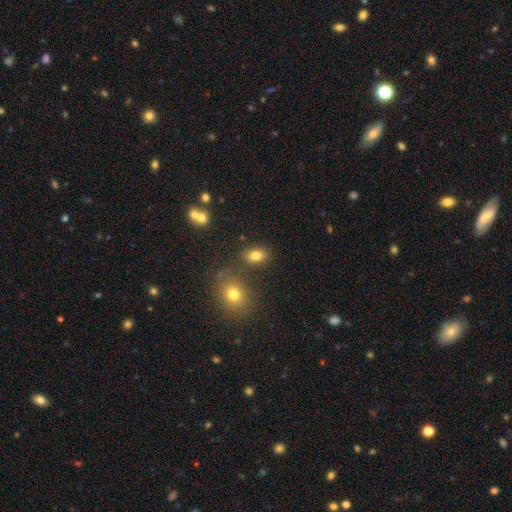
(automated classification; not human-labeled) Smooth or featured? smooth (80%)
How rounded? in between (78%)
Merging? none (77%)